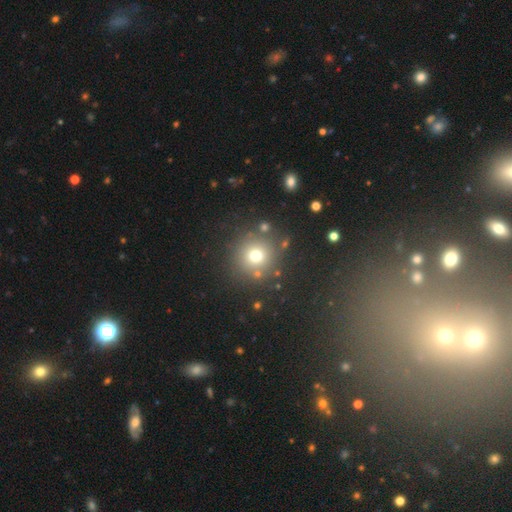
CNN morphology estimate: Overall: smooth (71%). How rounded: round (94%). Merging: none (83%).